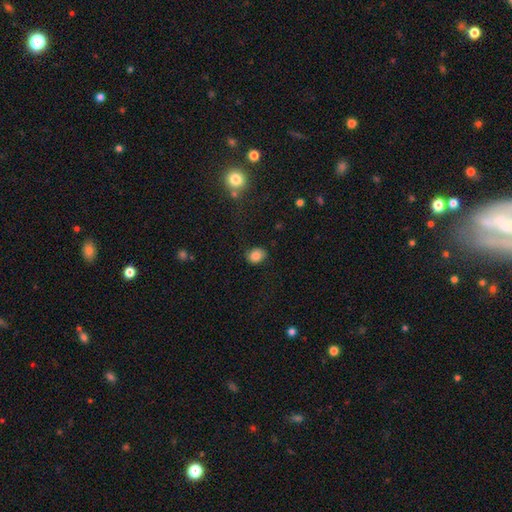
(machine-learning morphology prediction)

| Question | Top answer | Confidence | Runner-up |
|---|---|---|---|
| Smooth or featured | smooth | 81% | star or artifact (10%) |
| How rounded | round | 54% | in between (45%) |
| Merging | none | 80% | minor disturbance (15%) |